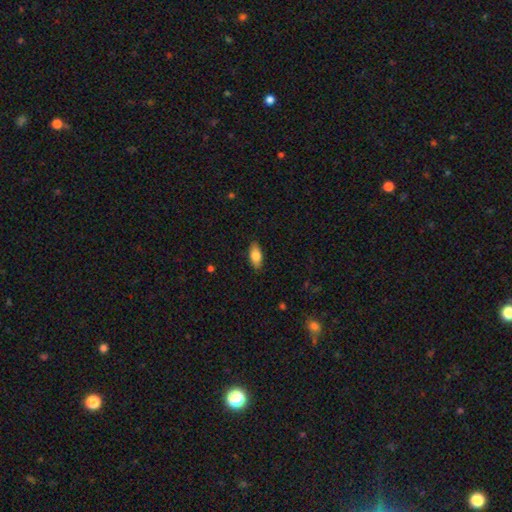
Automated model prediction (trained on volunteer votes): Smooth or featured? Predicted: smooth (p=0.80). How rounded? Predicted: in between (p=0.86). Merging? Predicted: none (p=0.87).